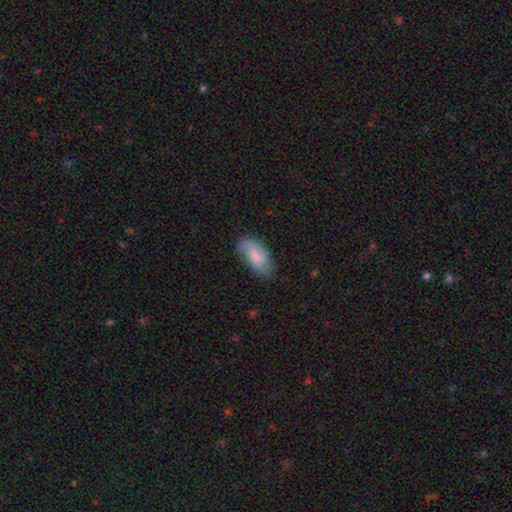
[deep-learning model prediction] Smooth or featured: smooth — 57% (featured or disk — 36%)
How rounded: in between — 90% (cigar-shaped — 6%)
Merging: none — 63% (minor disturbance — 26%)